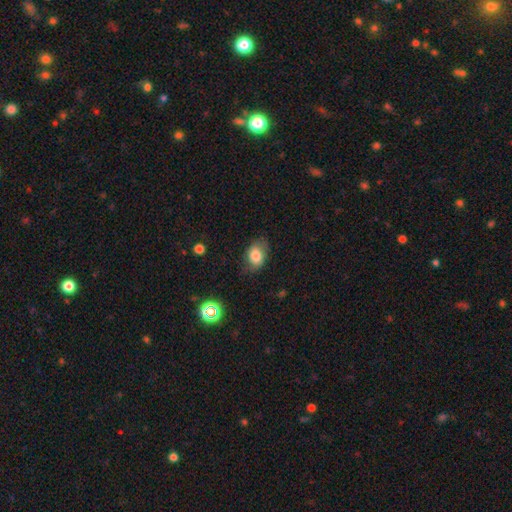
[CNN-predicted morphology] The model was most divided on "merging": none: 69%, minor disturbance: 23%, major disturbance: 7%, merger: 1%. More confident: smooth or featured — smooth (78%); how rounded — in between (77%).